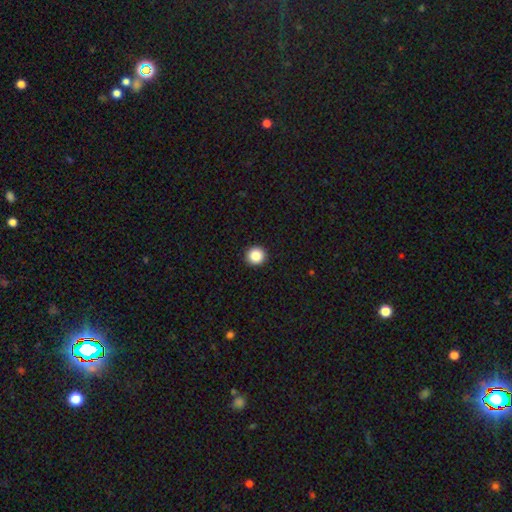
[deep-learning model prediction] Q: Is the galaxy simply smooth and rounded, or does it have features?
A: smooth — 87%.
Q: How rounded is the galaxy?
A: round — 95%.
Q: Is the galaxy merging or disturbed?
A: none — 94%.